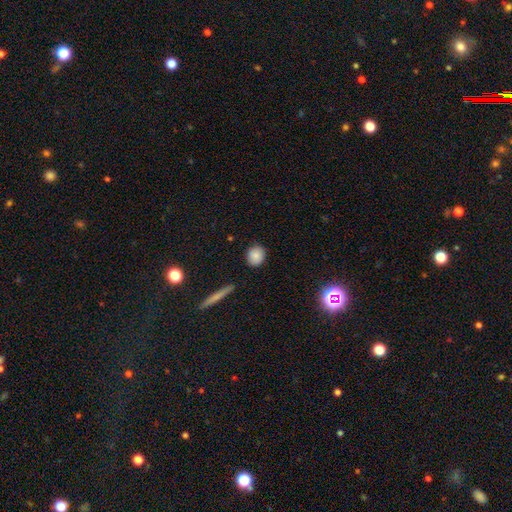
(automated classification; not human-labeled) Smooth or featured?
  - smooth: 84% *
  - star or artifact: 8%
  - featured or disk: 7%
How rounded?
  - round: 79% *
  - in between: 19%
  - cigar-shaped: 2%
Merging?
  - none: 88% *
  - minor disturbance: 9%
  - major disturbance: 2%
  - merger: 2%